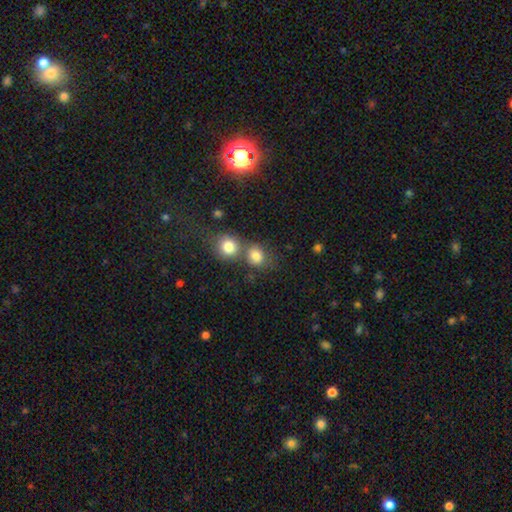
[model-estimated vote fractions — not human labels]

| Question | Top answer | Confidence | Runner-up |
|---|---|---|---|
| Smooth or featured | smooth | 82% | star or artifact (10%) |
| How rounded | round | 75% | in between (24%) |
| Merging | merger | 47% | none (40%) |